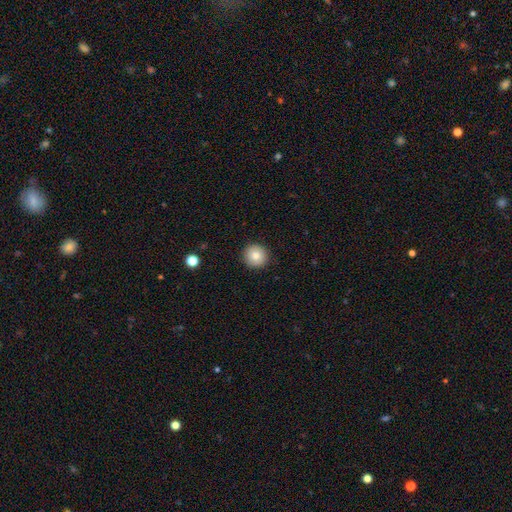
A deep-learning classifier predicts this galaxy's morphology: This appears to be a smooth galaxy with no disk features (83%) that is round (95%). Merging: none (92%).